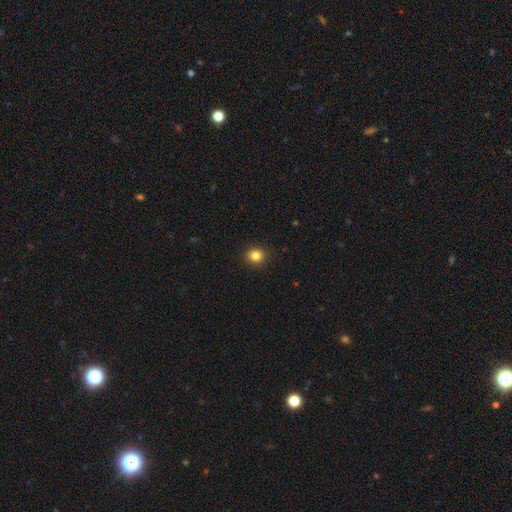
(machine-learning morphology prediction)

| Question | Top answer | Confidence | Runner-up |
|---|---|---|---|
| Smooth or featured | smooth | 84% | star or artifact (12%) |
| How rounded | round | 81% | in between (18%) |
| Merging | none | 92% | minor disturbance (6%) |